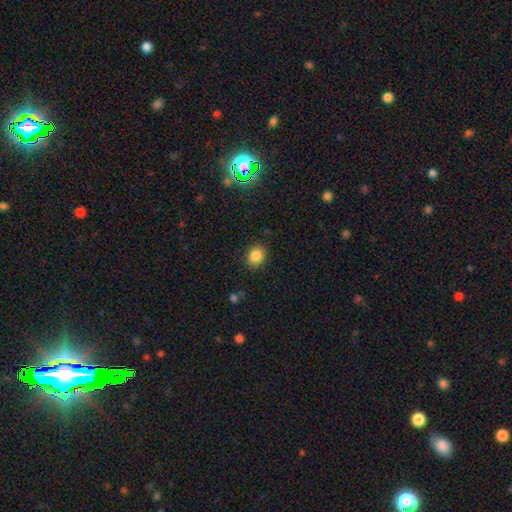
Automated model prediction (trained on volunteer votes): This is clearly a smooth galaxy (84%). How rounded: likely round (61%). Merging: clearly none (88%).